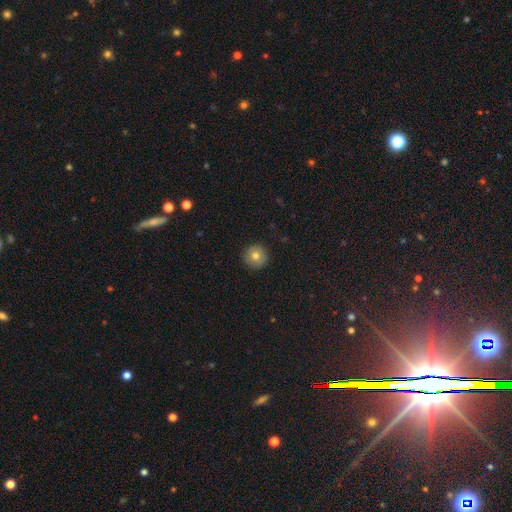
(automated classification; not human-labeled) smooth 75%, featured or disk 15%, star or artifact 10%. Down the decision tree: how rounded — round (95%); merging — none (88%).